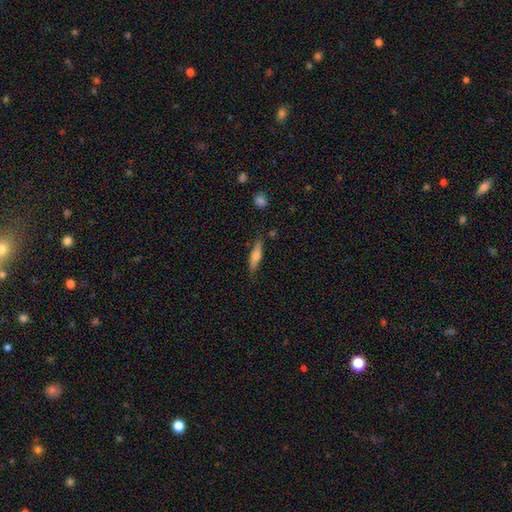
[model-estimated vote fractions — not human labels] Q: Smooth or featured?
A: smooth (58%); runner-up: featured or disk (35%)
Q: How rounded?
A: cigar-shaped (78%); runner-up: in between (20%)
Q: Merging?
A: none (82%); runner-up: minor disturbance (13%)